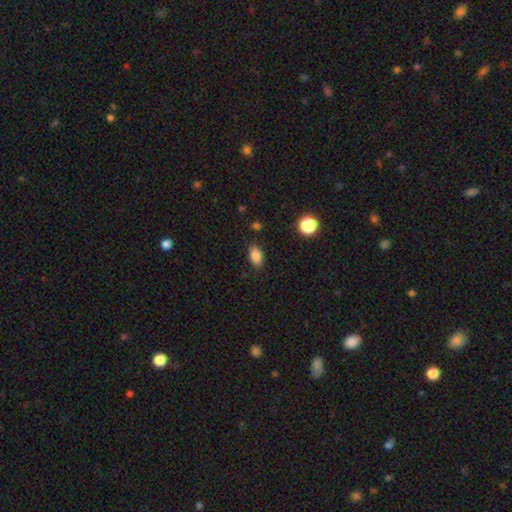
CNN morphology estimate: smooth_or_featured: smooth (p=0.84) [alt: star or artifact p=0.10]
how_rounded: in between (p=0.88) [alt: round p=0.09]
merging: none (p=0.84) [alt: minor disturbance p=0.11]